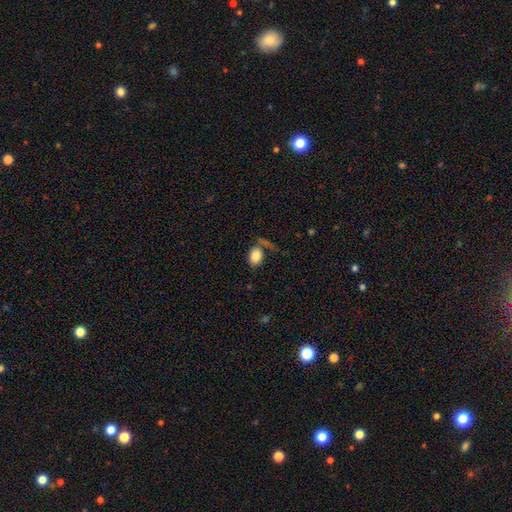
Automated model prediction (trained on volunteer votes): smooth_or_featured: smooth (p=0.84) [alt: star or artifact p=0.08]
how_rounded: in between (p=0.72) [alt: round p=0.27]
merging: none (p=0.64) [alt: minor disturbance p=0.15]